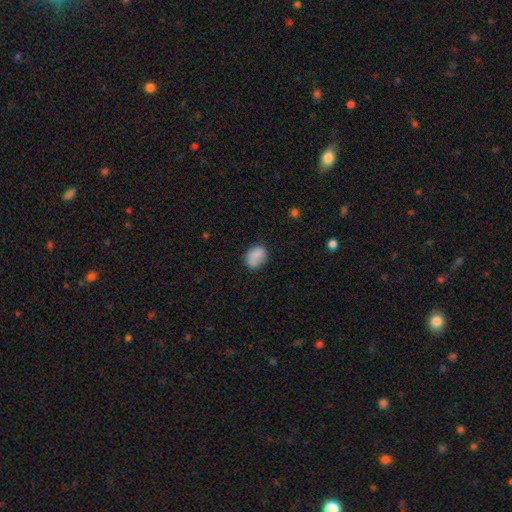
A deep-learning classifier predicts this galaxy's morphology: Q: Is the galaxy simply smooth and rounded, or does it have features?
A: smooth — 84%.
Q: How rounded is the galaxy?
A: in between — 70%.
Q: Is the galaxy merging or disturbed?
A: none — 68%.